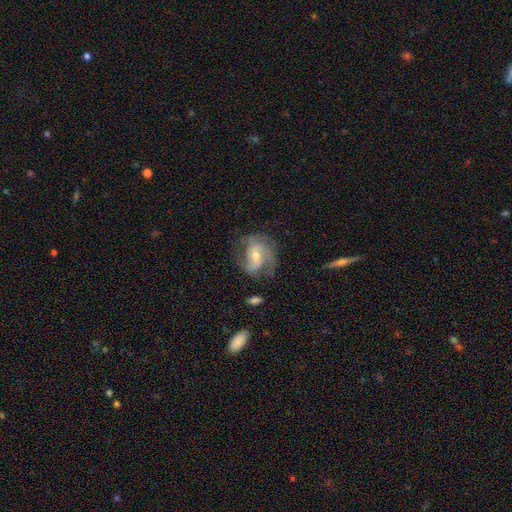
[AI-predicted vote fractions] The model was most divided on "bar": weak: 43%, no: 40%, strong: 18%. Remaining: edge-on disk — no (97%); spiral arms — yes (94%); smooth or featured — featured or disk (80%); merging — none (62%); spiral arm count — 2 (56%); bulge size — moderate (49%); spiral winding — medium (49%).